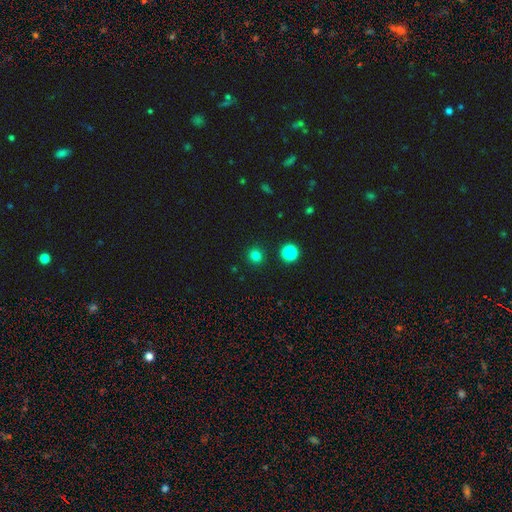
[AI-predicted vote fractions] smooth 79%, star or artifact 16%, featured or disk 4%. Down the decision tree: how rounded — round (93%); merging — none (91%).